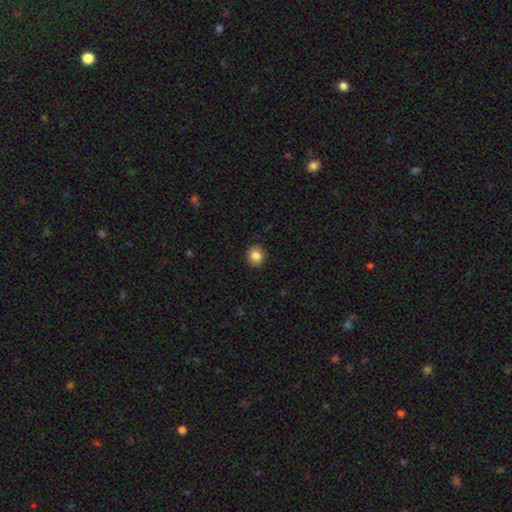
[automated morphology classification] type=smooth (85%); roundness=round (87%); merging=none (91%).